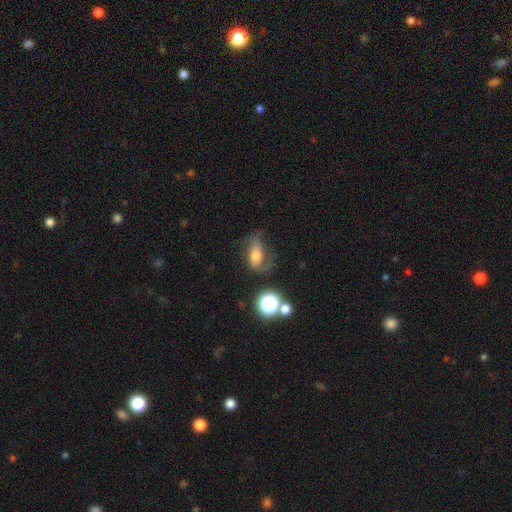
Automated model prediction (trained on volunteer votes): A featured or disk galaxy (49%). Merging: none (42%).